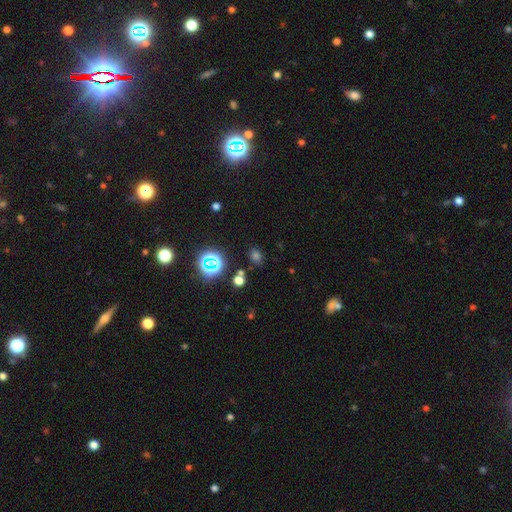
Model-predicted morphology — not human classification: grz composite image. It shows a smooth galaxy with no disk features (53%) that is round (52%). Merging: none (81%).